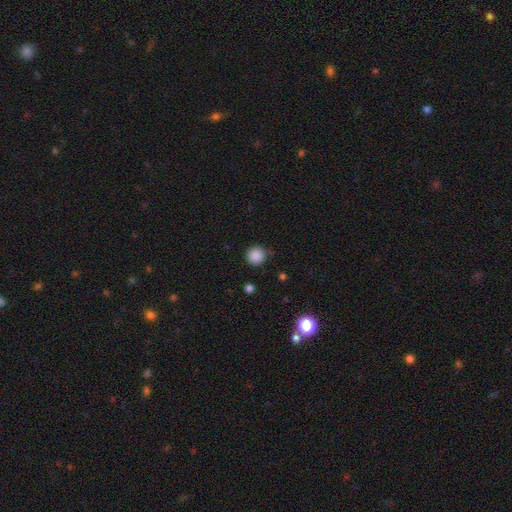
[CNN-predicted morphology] Smooth or featured: smooth — 87% (star or artifact — 10%)
How rounded: round — 94% (in between — 5%)
Merging: none — 84% (minor disturbance — 12%)